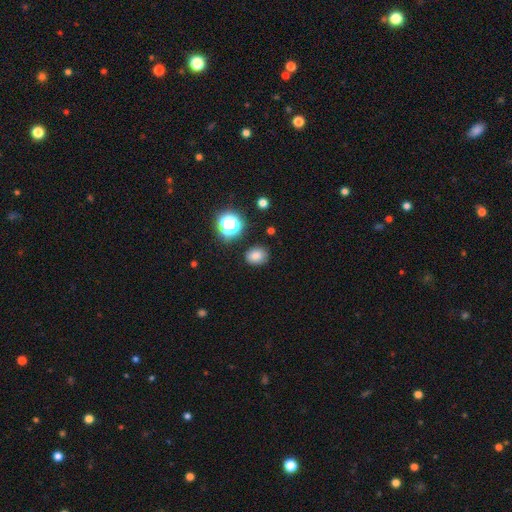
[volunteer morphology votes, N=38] Overall: smooth (87%). How rounded: in between (58%; round 42%). Merging: none (91%).